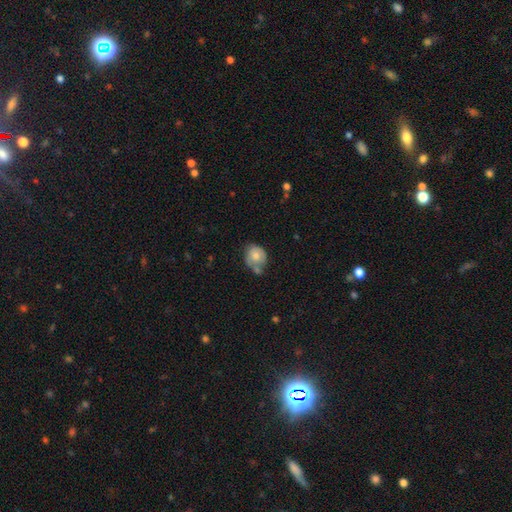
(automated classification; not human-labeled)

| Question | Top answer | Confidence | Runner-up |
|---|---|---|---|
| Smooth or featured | smooth | 67% | featured or disk (25%) |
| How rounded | round | 65% | in between (34%) |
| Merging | none | 42% | minor disturbance (27%) |